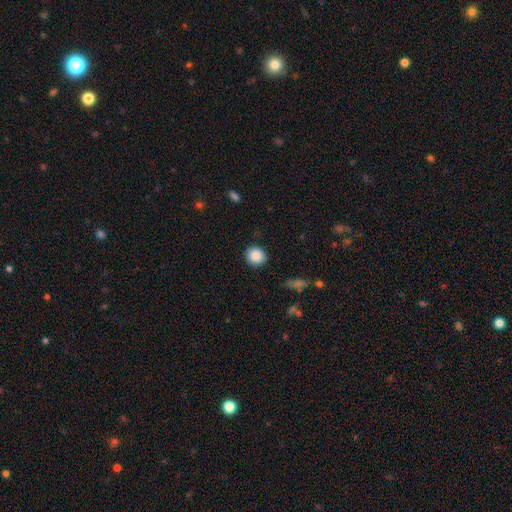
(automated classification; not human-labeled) Q: Smooth or featured?
A: smooth (88%); runner-up: star or artifact (8%)
Q: How rounded?
A: round (87%); runner-up: in between (12%)
Q: Merging?
A: none (90%); runner-up: minor disturbance (7%)